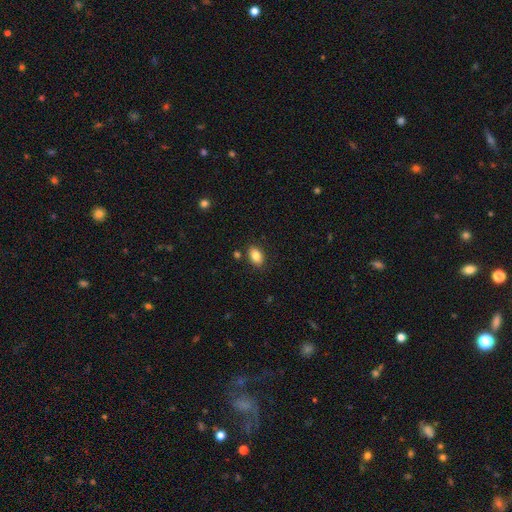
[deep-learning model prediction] Q: Smooth or featured?
A: smooth (84%); runner-up: star or artifact (8%)
Q: How rounded?
A: in between (87%); runner-up: round (11%)
Q: Merging?
A: none (84%); runner-up: minor disturbance (10%)